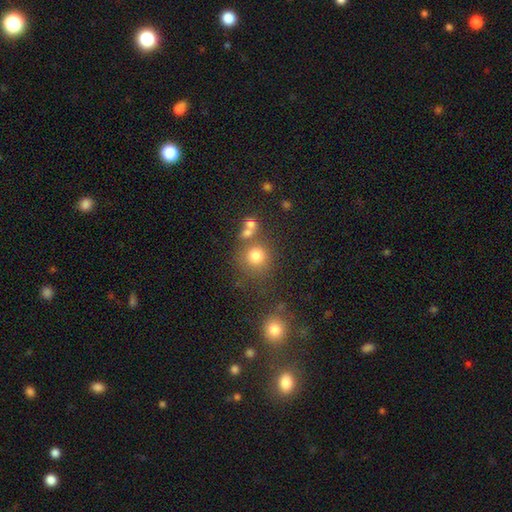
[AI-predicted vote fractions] smooth_or_featured: smooth (p=0.77) [alt: star or artifact p=0.15]
how_rounded: round (p=0.90) [alt: in between p=0.09]
merging: none (p=0.66) [alt: merger p=0.17]